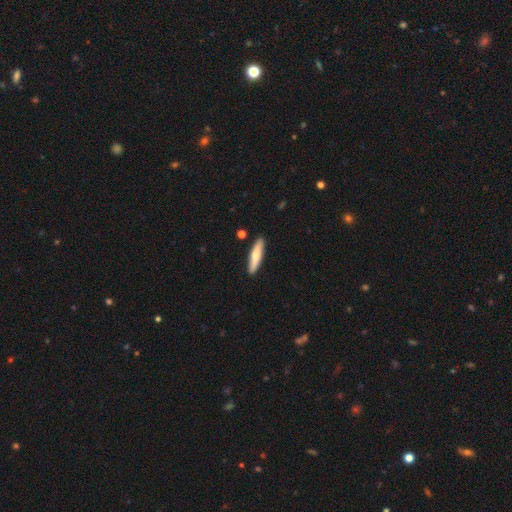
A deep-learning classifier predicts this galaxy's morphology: smooth 69%, featured or disk 25%, star or artifact 5%. Down the decision tree: how rounded — cigar-shaped (83%); merging — none (88%).